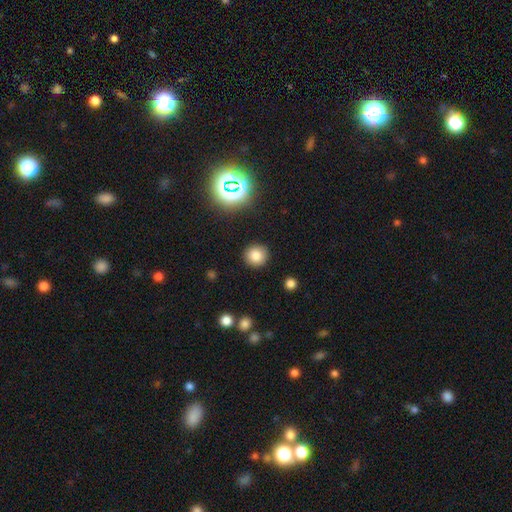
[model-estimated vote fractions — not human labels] A smooth galaxy with no disk features (80%) that is round (91%).

Vote fractions:
- Smooth or featured? smooth: 80% / star or artifact: 14% / featured or disk: 6%
- How rounded? round: 91% / in between: 8% / cigar-shaped: 1%
- Merging? none: 90% / minor disturbance: 6% / major disturbance: 2% / merger: 1%